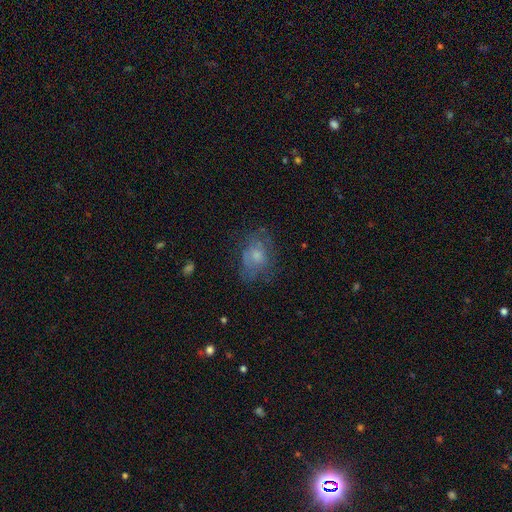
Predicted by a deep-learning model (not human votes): Morphology: type=smooth (49%); merging=none (55%).